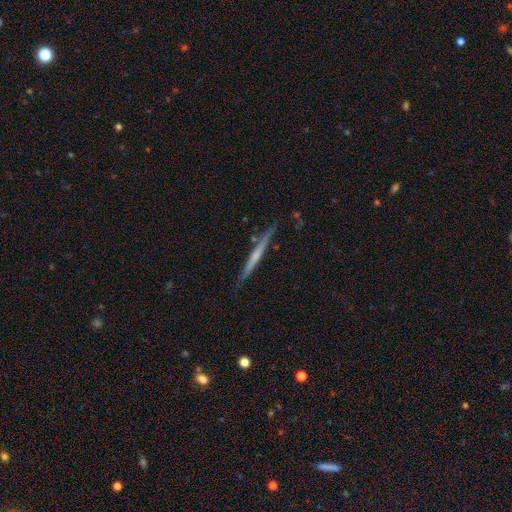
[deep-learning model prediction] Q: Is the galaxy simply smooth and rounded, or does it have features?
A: featured or disk — 57%.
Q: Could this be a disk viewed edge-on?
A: yes — 97%.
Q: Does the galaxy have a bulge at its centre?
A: none — 71%.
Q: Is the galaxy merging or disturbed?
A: none — 86%.